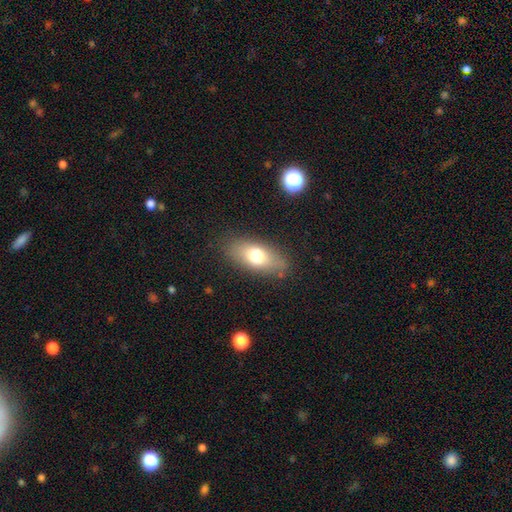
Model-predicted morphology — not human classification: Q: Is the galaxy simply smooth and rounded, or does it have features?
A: smooth — 70%.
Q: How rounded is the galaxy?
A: in between — 82%.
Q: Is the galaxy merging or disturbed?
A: none — 82%.